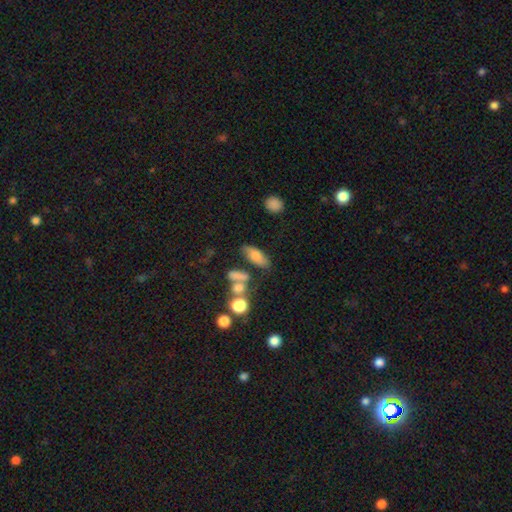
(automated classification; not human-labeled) smooth_or_featured: smooth (p=0.71) [alt: featured or disk p=0.19]
how_rounded: in between (p=0.73) [alt: cigar-shaped p=0.20]
merging: none (p=0.63) [alt: minor disturbance p=0.16]